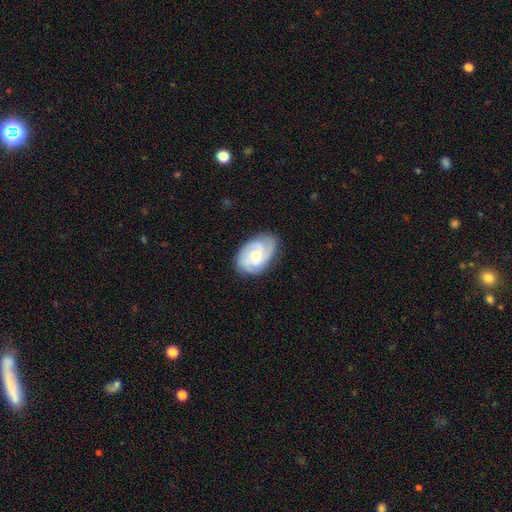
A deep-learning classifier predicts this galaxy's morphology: A featured or disk galaxy (82%) with no bar (54%), 3 (51%) tight (49%) spiral arms (97%) and a moderate central bulge (52%). Merging: none (78%).